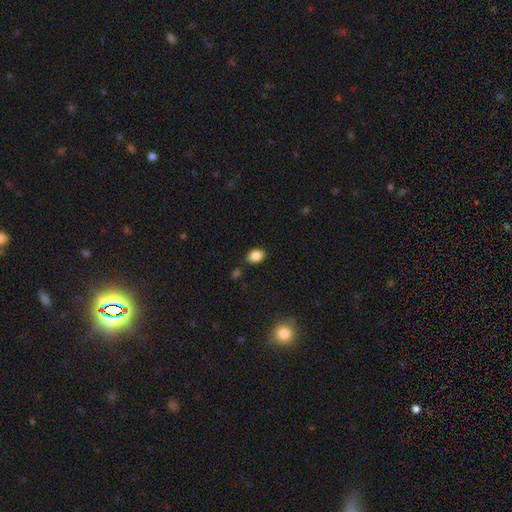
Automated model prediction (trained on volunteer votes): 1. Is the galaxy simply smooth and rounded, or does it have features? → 87% smooth, 9% star or artifact, 5% featured or disk.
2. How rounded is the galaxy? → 79% in between, 20% round, 1% cigar-shaped.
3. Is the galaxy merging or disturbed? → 82% none, 12% minor disturbance, 3% merger, 3% major disturbance.